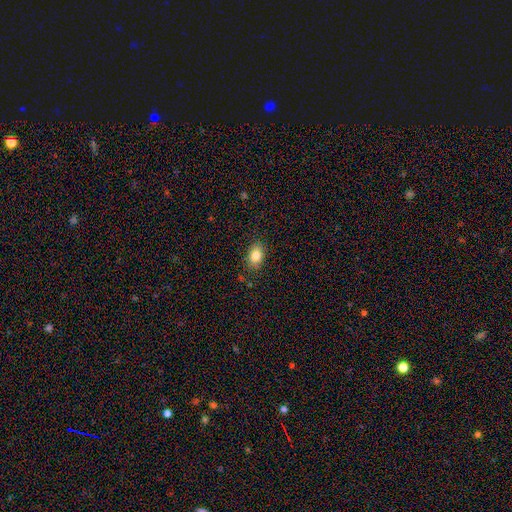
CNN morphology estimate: type=smooth (83%); roundness=in between (82%); merging=none (85%).